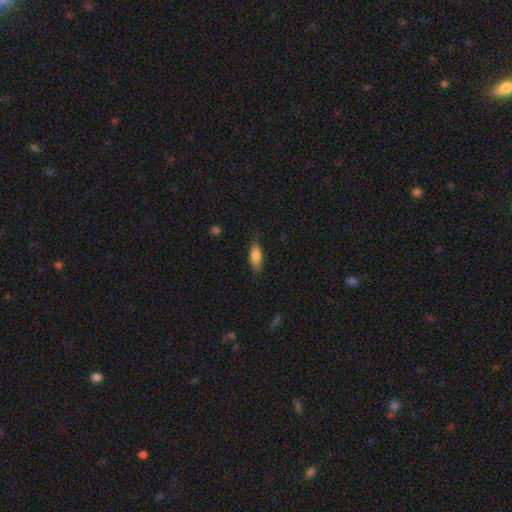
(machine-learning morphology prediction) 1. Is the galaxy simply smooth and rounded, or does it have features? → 82% smooth, 11% featured or disk, 7% star or artifact.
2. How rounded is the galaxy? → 76% in between, 22% cigar-shaped, 3% round.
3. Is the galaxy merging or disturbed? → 78% none, 17% minor disturbance, 4% major disturbance, 1% merger.